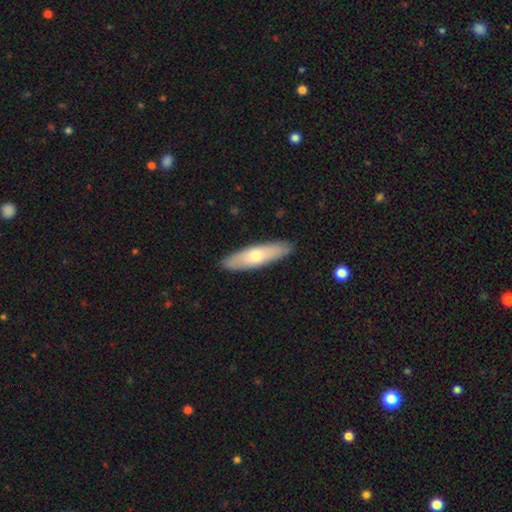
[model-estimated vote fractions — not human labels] Smooth or featured? smooth (59%)
How rounded? cigar-shaped (65%)
Merging? none (90%)